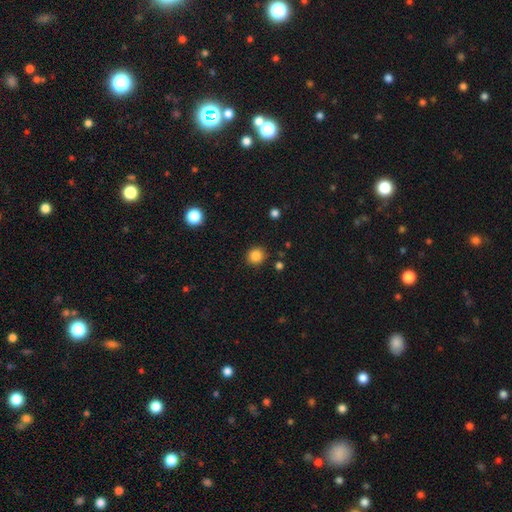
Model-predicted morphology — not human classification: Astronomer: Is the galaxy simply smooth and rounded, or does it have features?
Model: smooth — 85%.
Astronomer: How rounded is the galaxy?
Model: round — 89%.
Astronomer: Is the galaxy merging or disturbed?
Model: none — 90%.